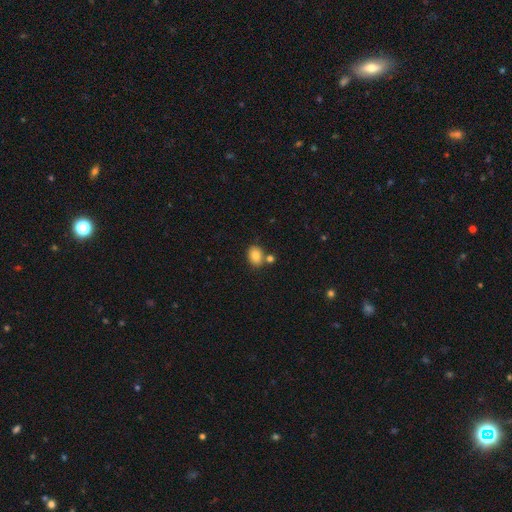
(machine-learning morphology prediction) The model was most divided on "how rounded": in between: 63%, round: 36%, cigar-shaped: 1%. More confident: smooth or featured — smooth (84%); merging — none (68%).